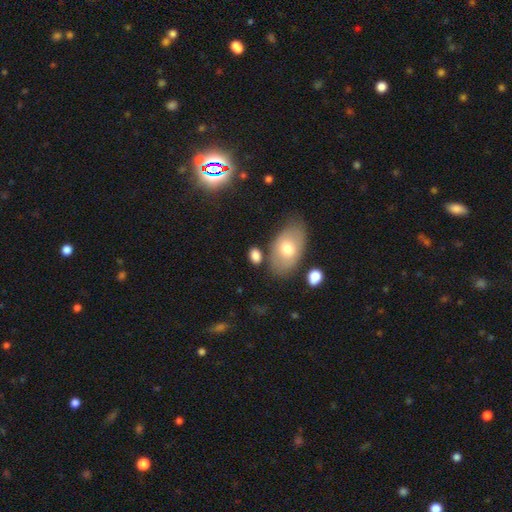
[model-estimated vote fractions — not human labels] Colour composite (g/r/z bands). It shows a smooth galaxy with no disk features (78%) that is in between round and cigar-shaped (83%). Merging: none (69%).